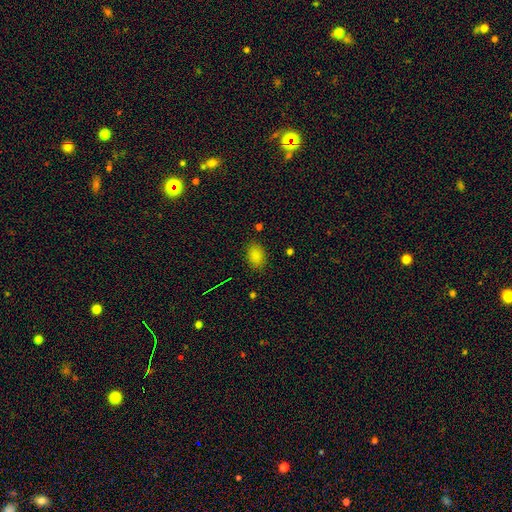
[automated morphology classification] This appears to be a smooth galaxy with no disk features (84%) that is in between round and cigar-shaped (83%). Merging: none (84%).